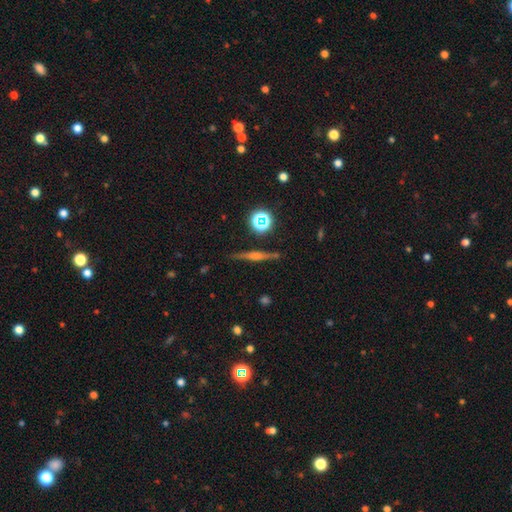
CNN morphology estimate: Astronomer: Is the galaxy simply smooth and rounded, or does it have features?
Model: featured or disk — 72%.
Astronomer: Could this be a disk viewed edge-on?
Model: yes — 97%.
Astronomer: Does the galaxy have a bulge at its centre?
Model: rounded — 77%.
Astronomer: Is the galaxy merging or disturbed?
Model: none — 89%.